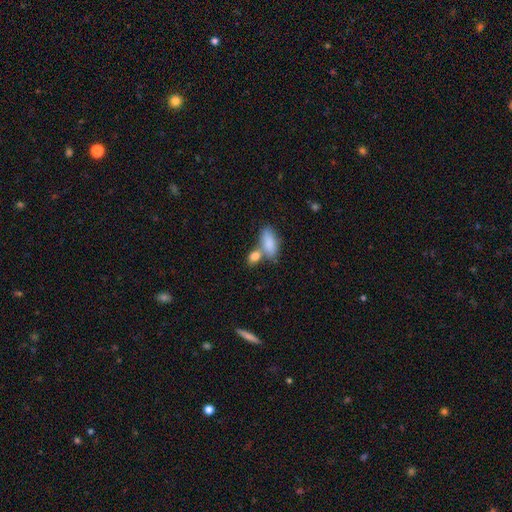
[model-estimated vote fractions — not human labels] smooth_or_featured: smooth (p=0.83) [alt: featured or disk p=0.10]
how_rounded: in between (p=0.76) [alt: round p=0.13]
merging: none (p=0.46) [alt: merger p=0.38]